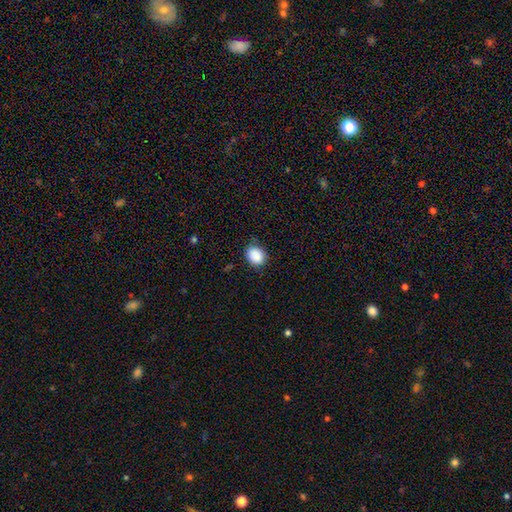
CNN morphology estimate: type=smooth (89%); roundness=in between (50%); merging=none (79%).